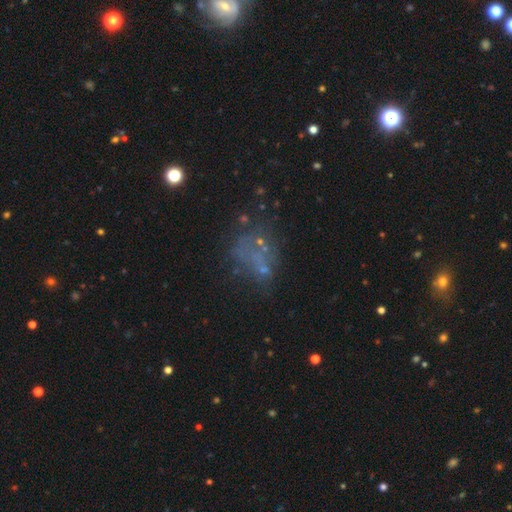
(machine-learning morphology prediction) Smooth or featured? featured or disk (37%)
Merging? none (46%)